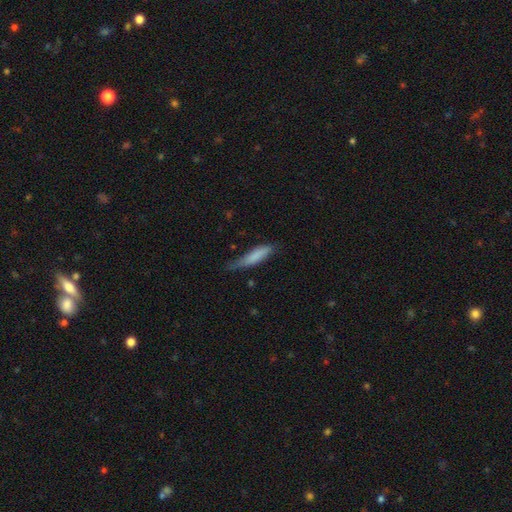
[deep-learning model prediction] Smooth or featured? smooth (77%)
How rounded? cigar-shaped (81%)
Merging? none (54%)